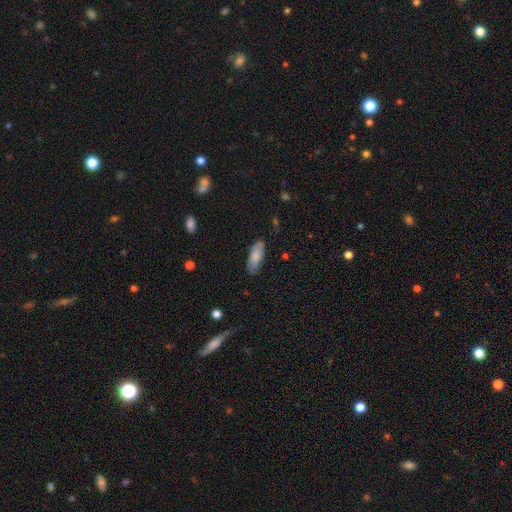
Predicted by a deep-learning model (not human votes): Overall: smooth (81%). How rounded: in between (71%). Merging: none (79%).